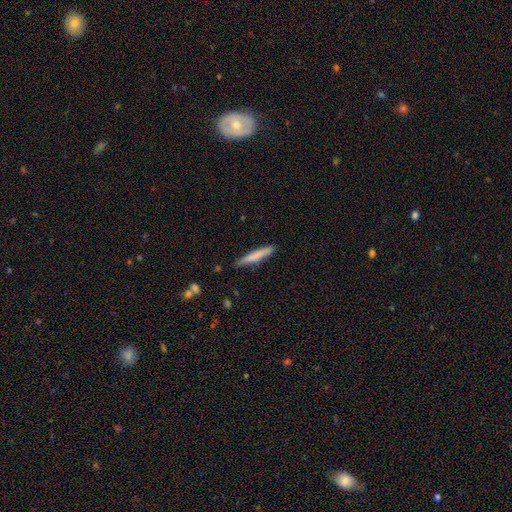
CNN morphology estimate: A smooth galaxy with no disk features (72%) that is cigar-shaped (94%).

Vote fractions:
- Smooth or featured? smooth: 72% / featured or disk: 22% / star or artifact: 6%
- How rounded? cigar-shaped: 94% / in between: 5% / round: 1%
- Merging? none: 83% / minor disturbance: 13% / major disturbance: 2% / merger: 2%